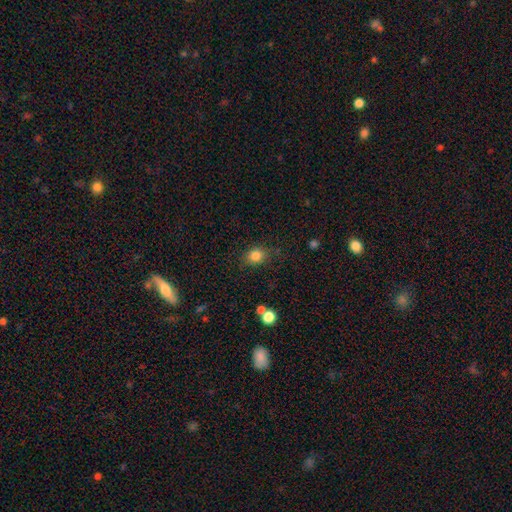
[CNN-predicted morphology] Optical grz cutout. It shows a smooth galaxy with no disk features (83%) that is round (59%). Merging: none (79%).